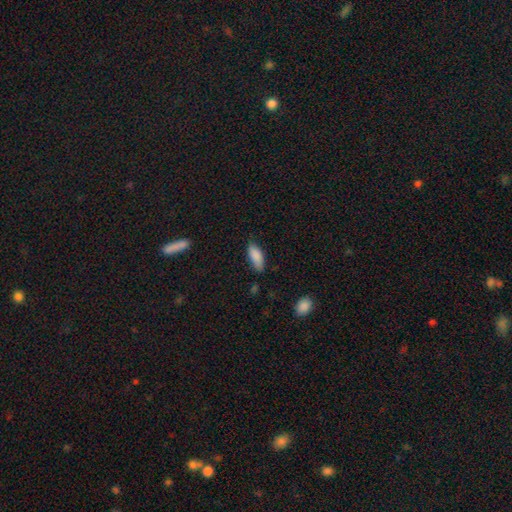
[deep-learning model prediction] A smooth galaxy with no disk features (87%) that is in between round and cigar-shaped (80%).

Vote fractions:
- Smooth or featured? smooth: 87% / featured or disk: 6% / star or artifact: 6%
- How rounded? in between: 80% / cigar-shaped: 19% / round: 2%
- Merging? none: 73% / minor disturbance: 22% / major disturbance: 4% / merger: 2%